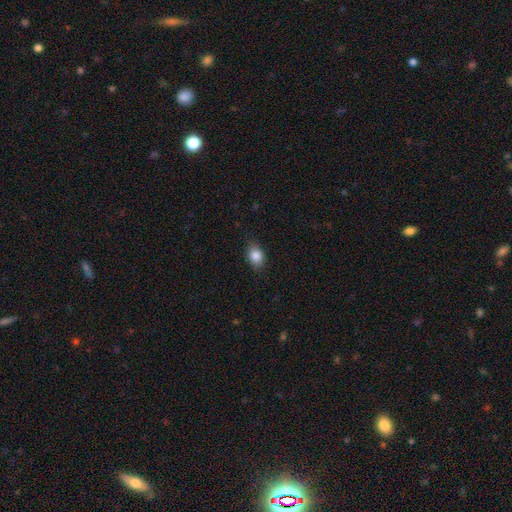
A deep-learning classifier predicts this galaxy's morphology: Overall: smooth (86%). How rounded: in between (69%; round 30%). Merging: none (81%).